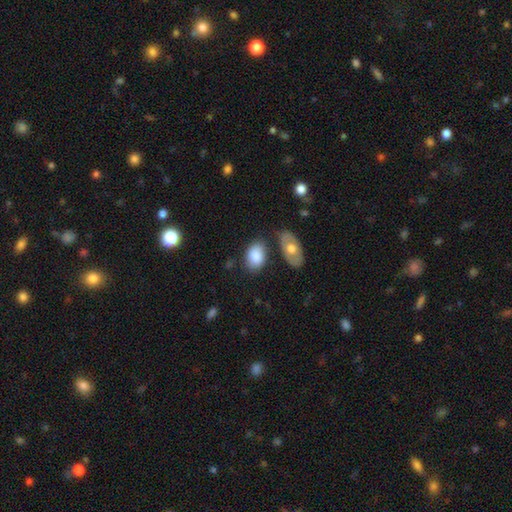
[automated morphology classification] Overall: smooth (83%). How rounded: in between (88%). Merging: none (67%).